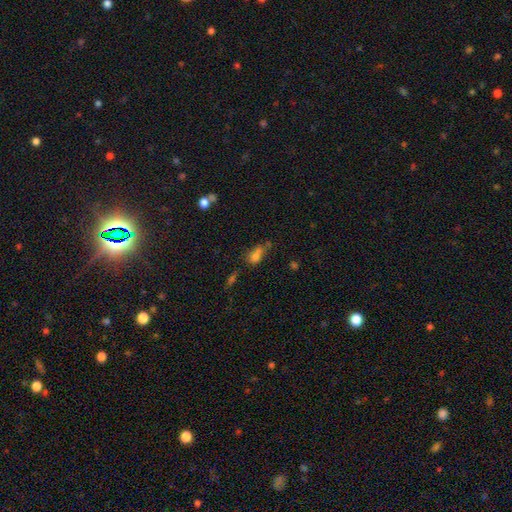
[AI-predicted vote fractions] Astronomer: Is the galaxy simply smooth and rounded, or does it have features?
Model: smooth — 68%.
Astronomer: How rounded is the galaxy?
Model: in between — 62%.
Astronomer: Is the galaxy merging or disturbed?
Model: merger — 34% (runner-up: none, 33%).